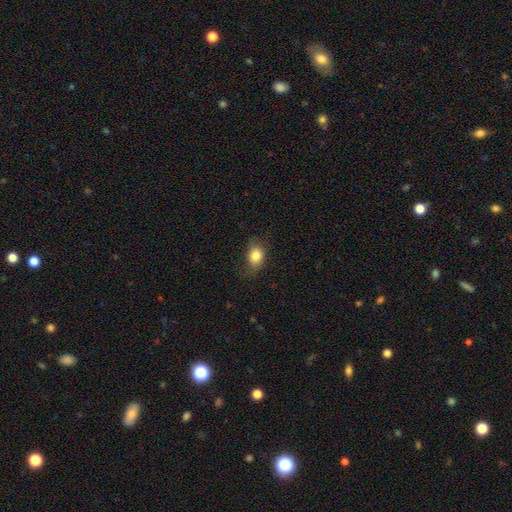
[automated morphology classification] Smooth or featured? smooth (82%)
How rounded? in between (69%)
Merging? none (71%)